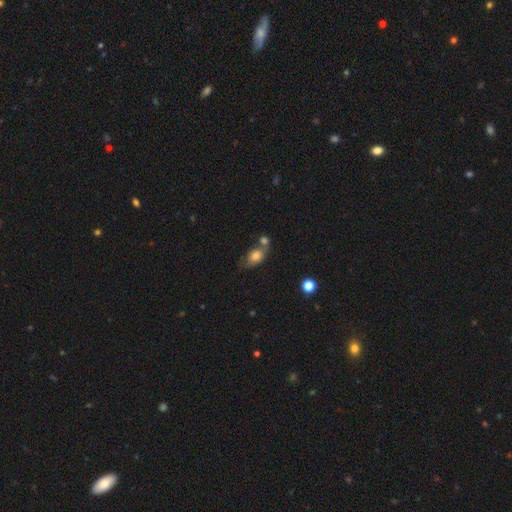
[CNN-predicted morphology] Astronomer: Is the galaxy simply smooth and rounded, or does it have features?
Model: smooth — 76%.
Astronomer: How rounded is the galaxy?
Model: in between — 77%.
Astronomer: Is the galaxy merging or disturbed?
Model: none — 40% (runner-up: merger, 37%).